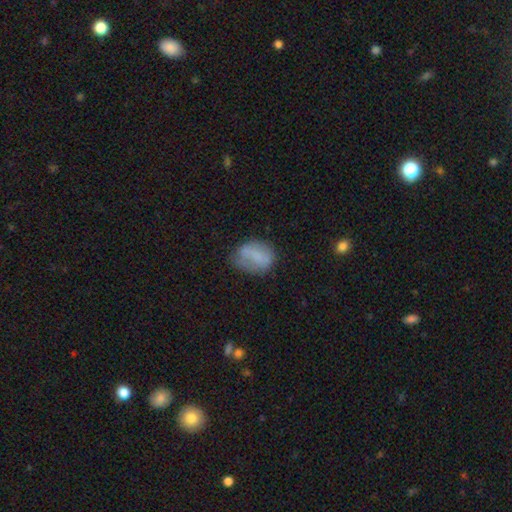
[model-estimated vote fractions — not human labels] This appears to be a smooth galaxy with no disk features (69%) that is in between round and cigar-shaped (68%). Merging: none (55%).